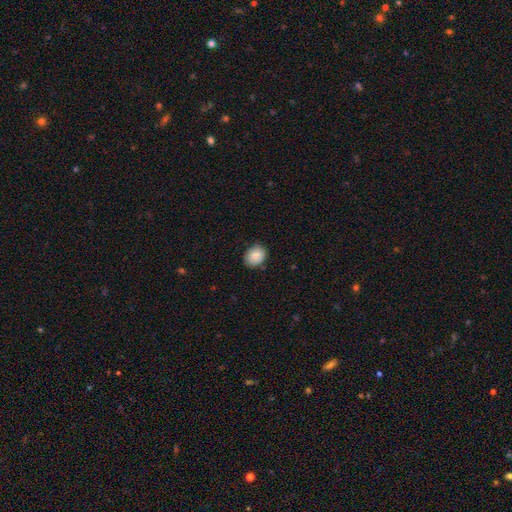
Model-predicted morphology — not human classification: smooth_or_featured: smooth (p=0.87) [alt: star or artifact p=0.07]
how_rounded: in between (p=0.51) [alt: round p=0.48]
merging: none (p=0.78) [alt: minor disturbance p=0.18]